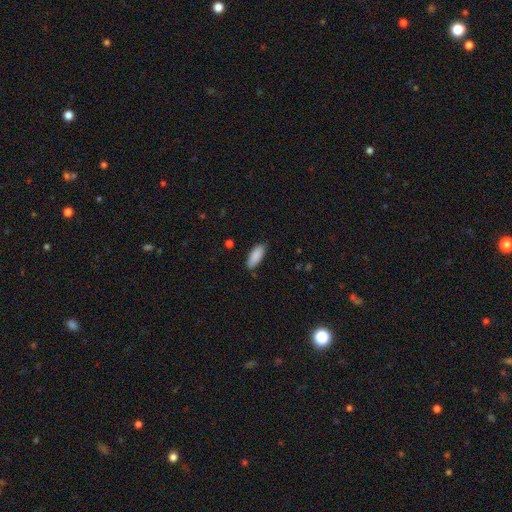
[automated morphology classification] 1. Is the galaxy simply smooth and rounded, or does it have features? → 90% smooth, 6% star or artifact, 4% featured or disk.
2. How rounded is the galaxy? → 79% in between, 19% cigar-shaped, 2% round.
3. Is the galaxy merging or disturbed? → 84% none, 12% minor disturbance, 2% major disturbance, 1% merger.